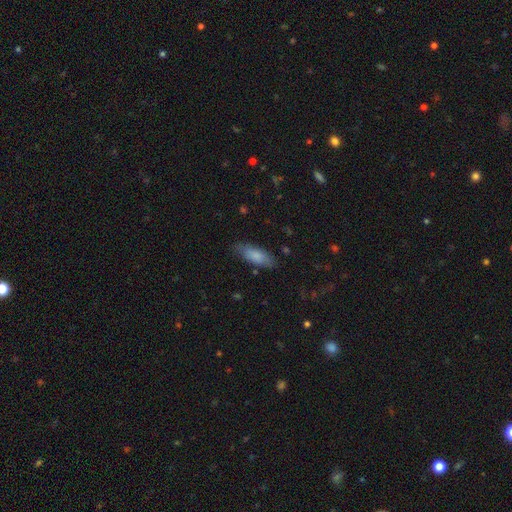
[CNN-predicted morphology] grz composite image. It shows a smooth galaxy with no disk features (81%) that is in between round and cigar-shaped (67%). Merging: none (77%).